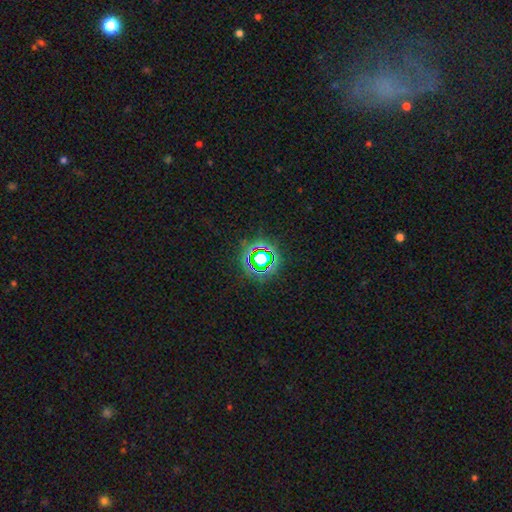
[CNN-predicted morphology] smooth_or_featured: star or artifact (p=0.74) [alt: smooth p=0.16]